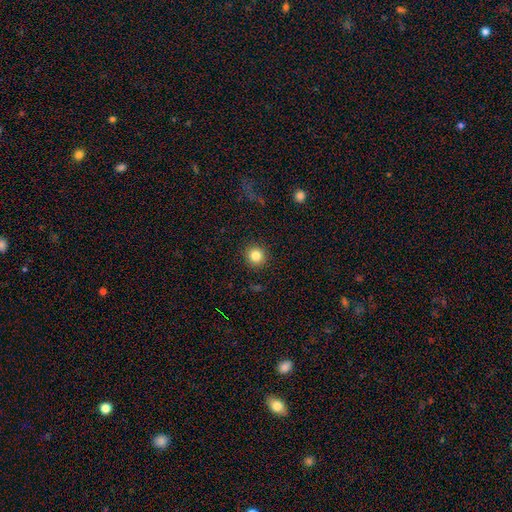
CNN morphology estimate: Overall: smooth (84%). How rounded: round (94%). Merging: none (91%).